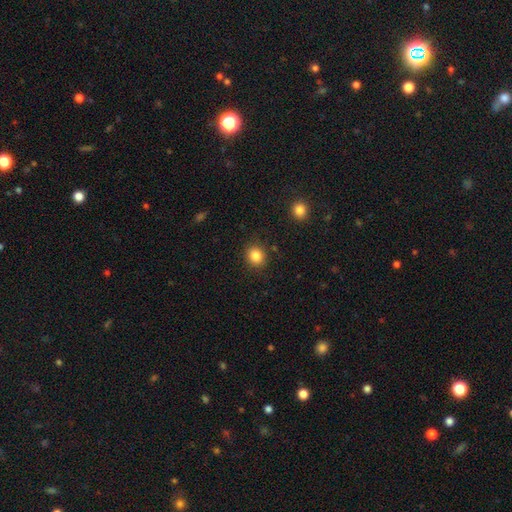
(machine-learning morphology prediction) This is clearly a smooth galaxy (85%). How rounded: likely round (74%). Merging: clearly none (87%).